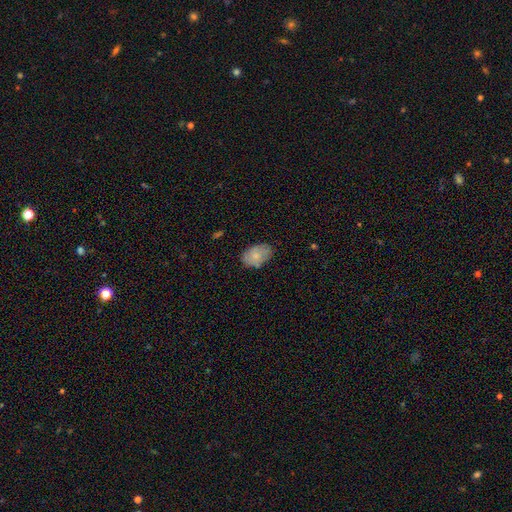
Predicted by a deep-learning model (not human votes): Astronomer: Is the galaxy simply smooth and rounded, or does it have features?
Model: smooth — 76%.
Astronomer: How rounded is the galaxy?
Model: in between — 87%.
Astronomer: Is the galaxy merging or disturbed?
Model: none — 76%.